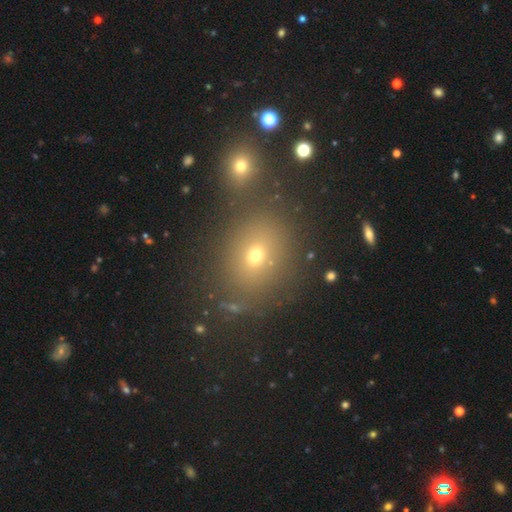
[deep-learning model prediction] Morphology: type=smooth (59%); roundness=round (59%); merging=none (73%).